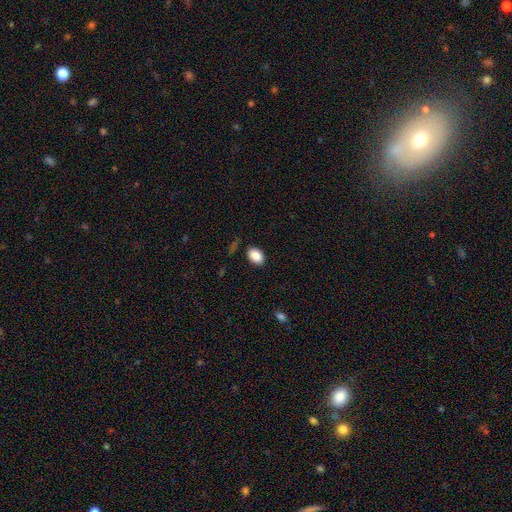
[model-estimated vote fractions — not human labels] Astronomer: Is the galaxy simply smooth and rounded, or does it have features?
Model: smooth — 88%.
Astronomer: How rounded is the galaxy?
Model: in between — 82%.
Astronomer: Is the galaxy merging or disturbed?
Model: none — 84%.